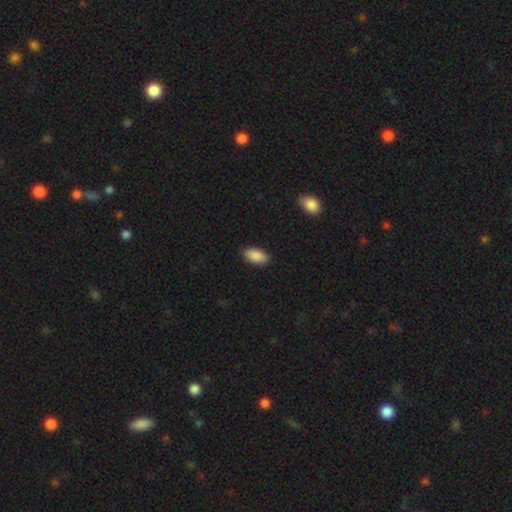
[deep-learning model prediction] Overall: smooth (89%). How rounded: in between (93%). Merging: none (88%).